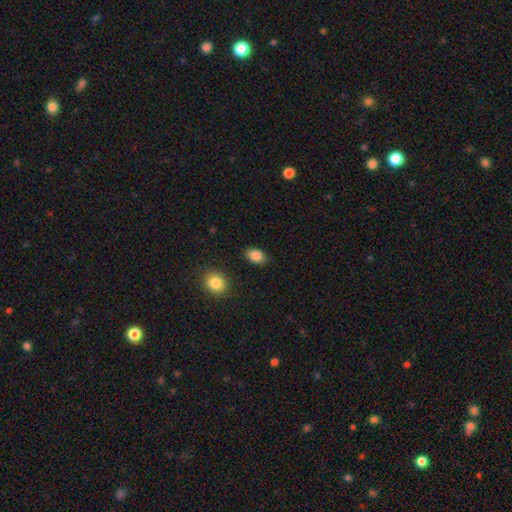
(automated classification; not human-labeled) smooth-or-featured: smooth: 86% | star or artifact: 8% | featured or disk: 5%
  how-rounded: in between: 80% | round: 19% | cigar-shaped: 1%
  merging: none: 84% | minor disturbance: 11% | major disturbance: 3% | merger: 2%